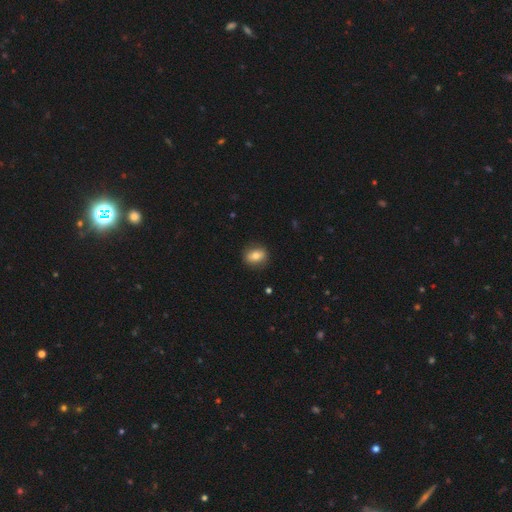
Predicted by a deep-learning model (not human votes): This appears to be a smooth galaxy with no disk features (76%) that is in between round and cigar-shaped (57%). Merging: none (86%).